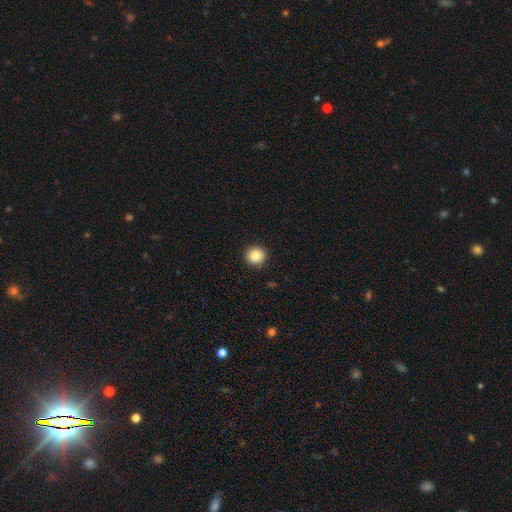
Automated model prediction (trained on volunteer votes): smooth-or-featured: smooth: 85% | star or artifact: 10% | featured or disk: 5%
  how-rounded: round: 93% | in between: 6% | cigar-shaped: 1%
  merging: none: 92% | minor disturbance: 5% | major disturbance: 2% | merger: 1%